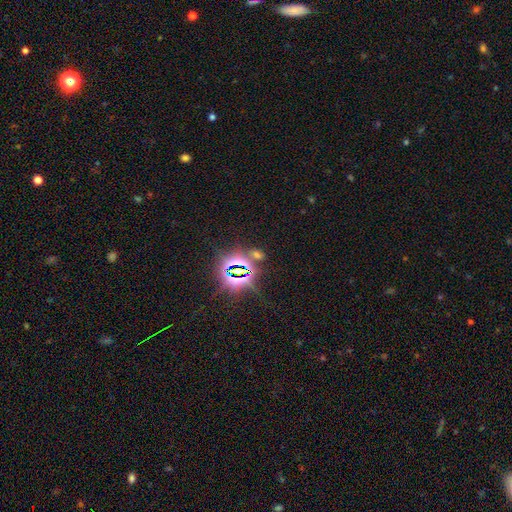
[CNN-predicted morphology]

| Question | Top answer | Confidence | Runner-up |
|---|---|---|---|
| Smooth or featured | star or artifact | 80% | smooth (12%) |